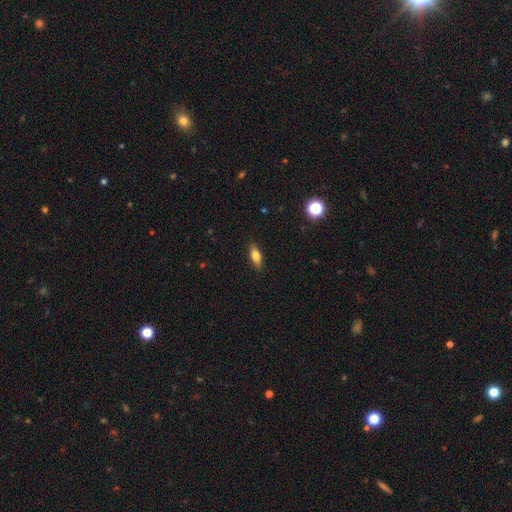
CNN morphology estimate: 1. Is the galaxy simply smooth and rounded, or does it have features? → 69% smooth, 24% featured or disk, 8% star or artifact.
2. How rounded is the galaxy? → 65% in between, 32% cigar-shaped, 4% round.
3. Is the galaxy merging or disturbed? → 88% none, 9% minor disturbance, 2% major disturbance, 1% merger.